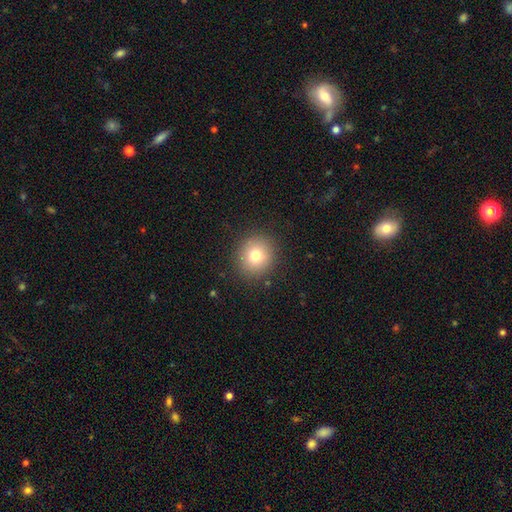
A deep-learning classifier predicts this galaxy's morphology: Smooth or featured? Predicted: smooth (p=0.77). How rounded? Predicted: round (p=0.90). Merging? Predicted: none (p=0.89).